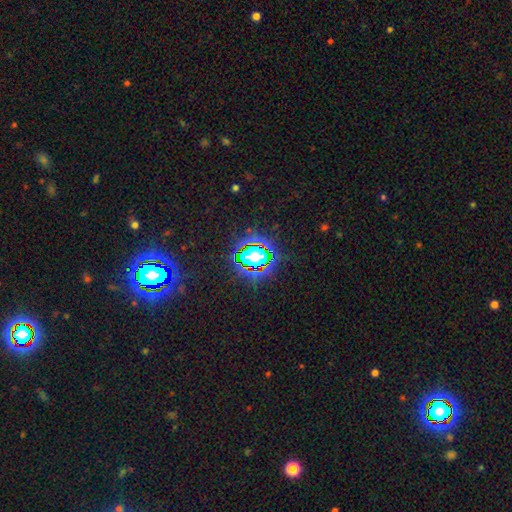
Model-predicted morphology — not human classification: Overall: star or artifact (68%).